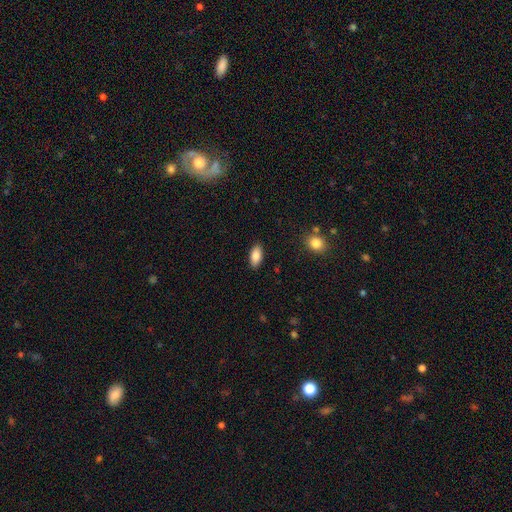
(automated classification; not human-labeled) Smooth or featured?
  - smooth: 86% *
  - featured or disk: 7%
  - star or artifact: 7%
How rounded?
  - in between: 90% *
  - cigar-shaped: 8%
  - round: 3%
Merging?
  - none: 88% *
  - minor disturbance: 8%
  - major disturbance: 2%
  - merger: 1%